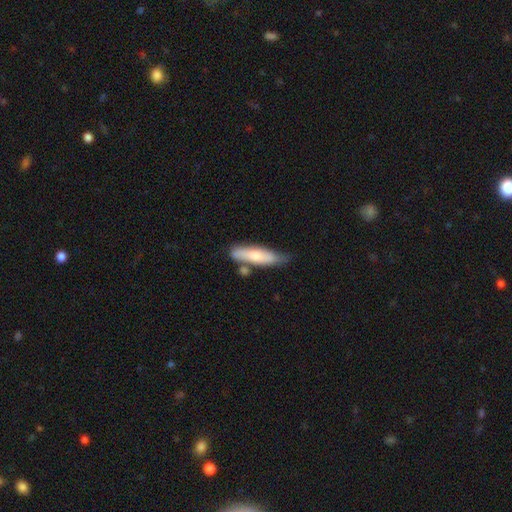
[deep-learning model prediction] Smooth or featured: smooth — 67% (featured or disk — 27%)
How rounded: cigar-shaped — 64% (in between — 34%)
Merging: none — 54% (minor disturbance — 25%)